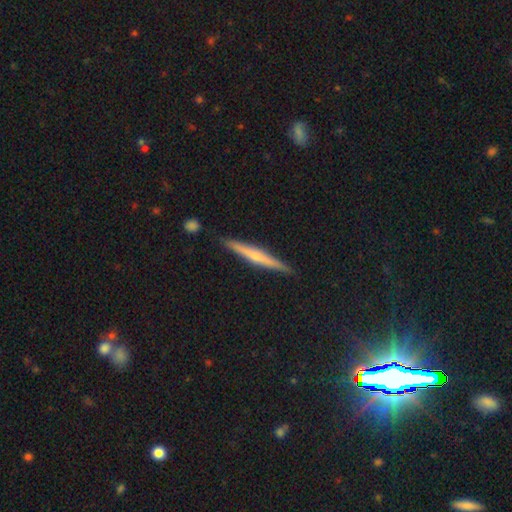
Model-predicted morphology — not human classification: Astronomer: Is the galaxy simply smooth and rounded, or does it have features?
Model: featured or disk — 57% (runner-up: smooth, 36%).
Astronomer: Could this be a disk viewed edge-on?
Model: yes — 97%.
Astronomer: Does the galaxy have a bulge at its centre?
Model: rounded — 59%.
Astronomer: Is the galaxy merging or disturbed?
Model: none — 90%.